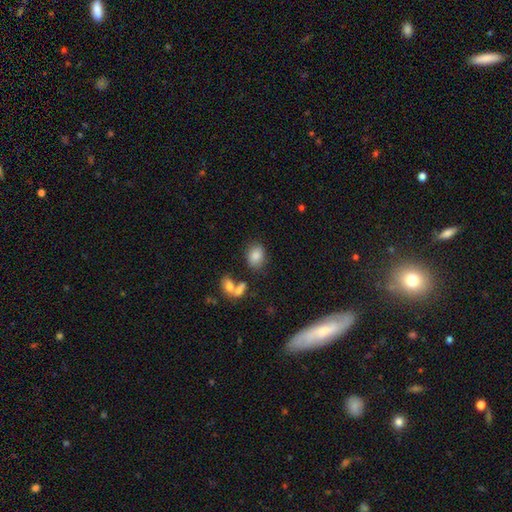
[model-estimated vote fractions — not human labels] Q: Smooth or featured?
A: smooth (84%); runner-up: star or artifact (9%)
Q: How rounded?
A: in between (69%); runner-up: round (29%)
Q: Merging?
A: none (74%); runner-up: minor disturbance (13%)